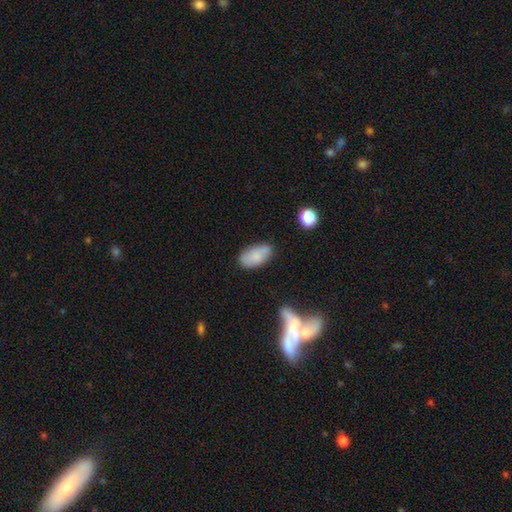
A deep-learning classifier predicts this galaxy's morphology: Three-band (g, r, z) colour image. It shows a smooth galaxy with no disk features (79%) that is in between round and cigar-shaped (93%). Merging: none (72%).